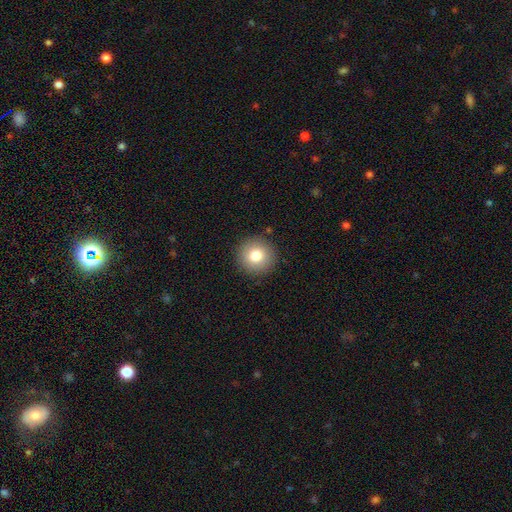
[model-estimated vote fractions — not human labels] The model was most divided on "smooth or featured": smooth: 80%, featured or disk: 11%, star or artifact: 10%. More confident: how rounded — round (95%); merging — none (91%).